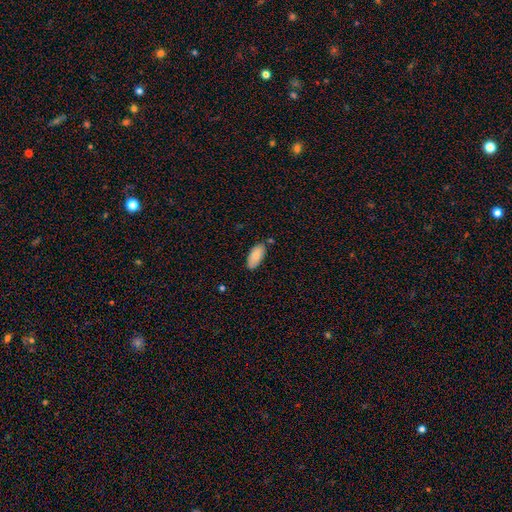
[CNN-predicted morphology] Smooth or featured?
  - smooth: 81% *
  - featured or disk: 12%
  - star or artifact: 7%
How rounded?
  - in between: 93% *
  - cigar-shaped: 5%
  - round: 2%
Merging?
  - none: 78% *
  - minor disturbance: 15%
  - merger: 4%
  - major disturbance: 3%